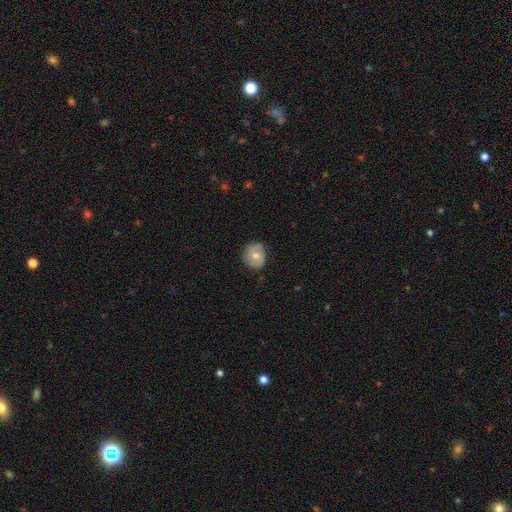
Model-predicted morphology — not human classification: Smooth or featured? Predicted: smooth (p=0.64). How rounded? Predicted: round (p=0.72). Merging? Predicted: none (p=0.68).